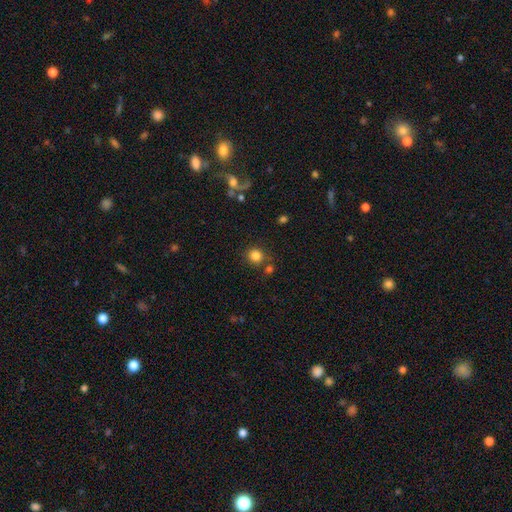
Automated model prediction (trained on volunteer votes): Smooth or featured? smooth (83%)
How rounded? round (88%)
Merging? none (76%)